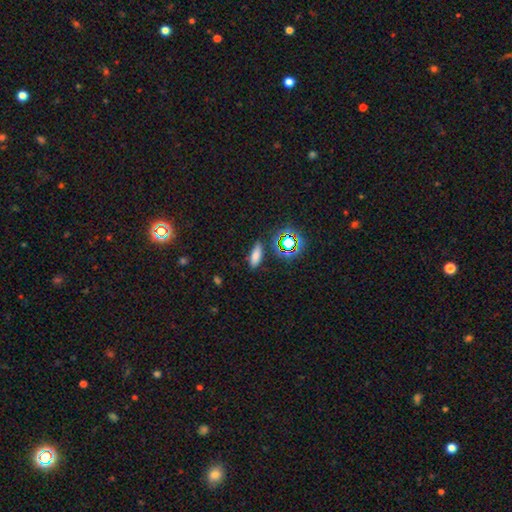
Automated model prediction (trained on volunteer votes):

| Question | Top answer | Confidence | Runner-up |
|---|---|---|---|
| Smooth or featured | smooth | 71% | star or artifact (20%) |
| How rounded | in between | 59% | cigar-shaped (36%) |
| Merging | none | 81% | minor disturbance (12%) |